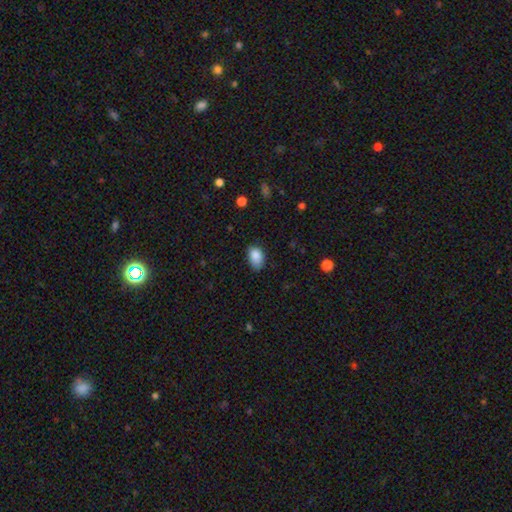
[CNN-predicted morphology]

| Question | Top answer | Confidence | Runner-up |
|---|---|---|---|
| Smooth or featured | smooth | 86% | star or artifact (8%) |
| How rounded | in between | 85% | round (14%) |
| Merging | none | 66% | minor disturbance (28%) |